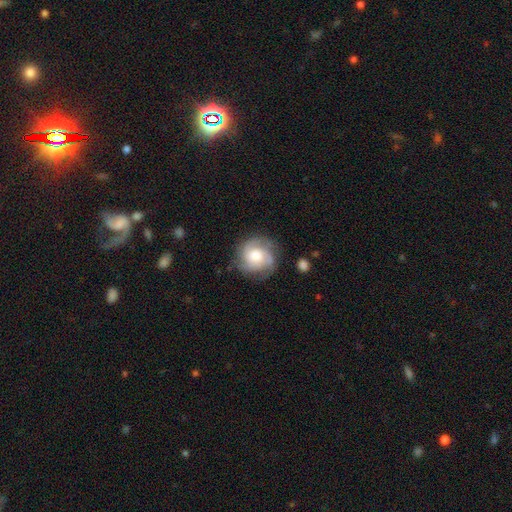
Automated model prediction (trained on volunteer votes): smooth-or-featured: featured or disk: 67% | smooth: 26% | star or artifact: 7%
  disk-edge-on: no: 98% | yes: 2%
    bar: no: 68% | weak: 28% | strong: 4%
    has-spiral-arms: yes: 94% | no: 6%
      spiral-winding: tight: 47% | medium: 40% | loose: 13%
      spiral-arm-count: 3: 47% | 2: 19% | can't tell: 17% | 4: 8% | 1: 5% | more than 4: 4%
    bulge-size: moderate: 42% | large: 39% | small: 10% | none: 5% | dominant: 4%
  merging: none: 75% | minor disturbance: 16% | major disturbance: 7% | merger: 2%